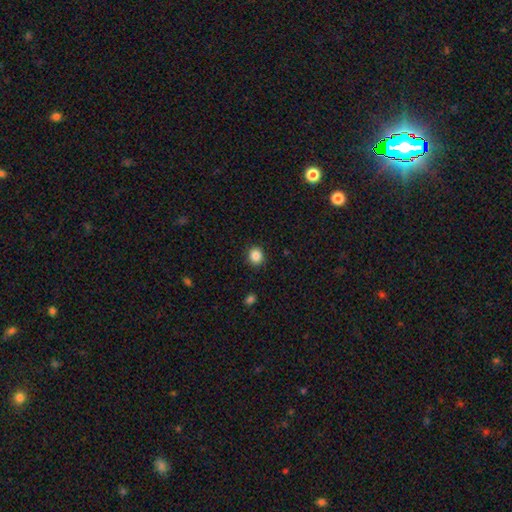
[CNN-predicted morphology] A smooth galaxy with no disk features (86%) that is round (81%).

Vote fractions:
- Smooth or featured? smooth: 86% / star or artifact: 10% / featured or disk: 3%
- How rounded? round: 81% / in between: 18% / cigar-shaped: 1%
- Merging? none: 91% / minor disturbance: 6% / major disturbance: 2% / merger: 1%